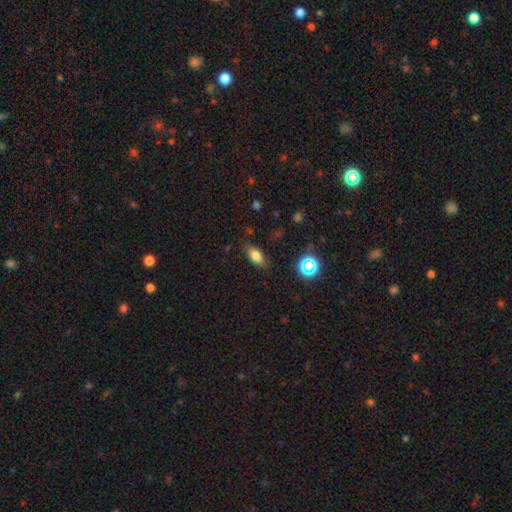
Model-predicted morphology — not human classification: Smooth or featured: smooth — 75% (featured or disk — 13%)
How rounded: in between — 81% (cigar-shaped — 12%)
Merging: none — 80% (minor disturbance — 14%)